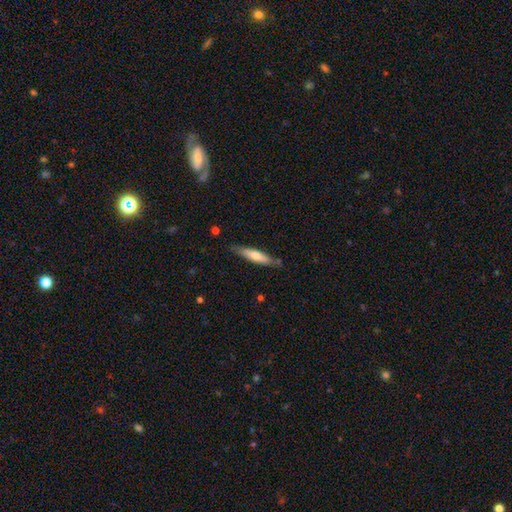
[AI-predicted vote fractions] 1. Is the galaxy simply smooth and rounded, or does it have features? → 63% smooth, 32% featured or disk, 5% star or artifact.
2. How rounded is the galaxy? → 82% cigar-shaped, 17% in between, 1% round.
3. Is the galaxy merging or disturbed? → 80% none, 15% minor disturbance, 3% merger, 2% major disturbance.